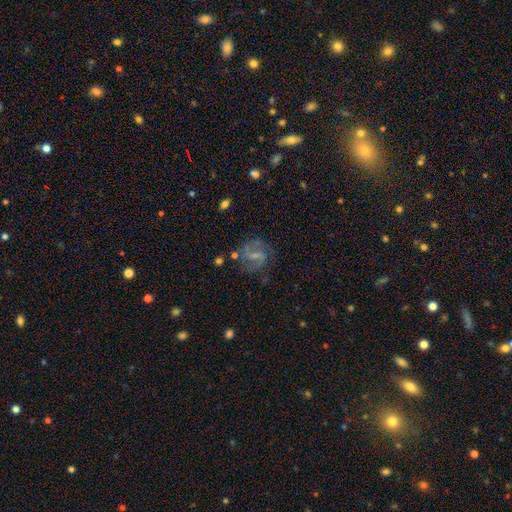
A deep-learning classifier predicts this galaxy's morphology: featured or disk 76%, smooth 16%, star or artifact 8%. Down the decision tree: edge-on disk — no (98%); bar — weak (52%); spiral arms — yes (91%); spiral arm count — 2 (88%); spiral winding — medium (50%); bulge size — small (46%); merging — none (67%).